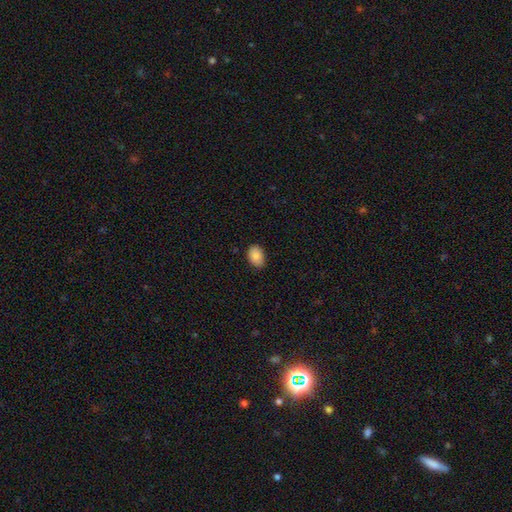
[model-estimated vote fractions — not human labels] smooth-or-featured: smooth: 89% | star or artifact: 7% | featured or disk: 4%
  how-rounded: in between: 85% | round: 14% | cigar-shaped: 1%
  merging: none: 85% | minor disturbance: 12% | major disturbance: 2% | merger: 1%